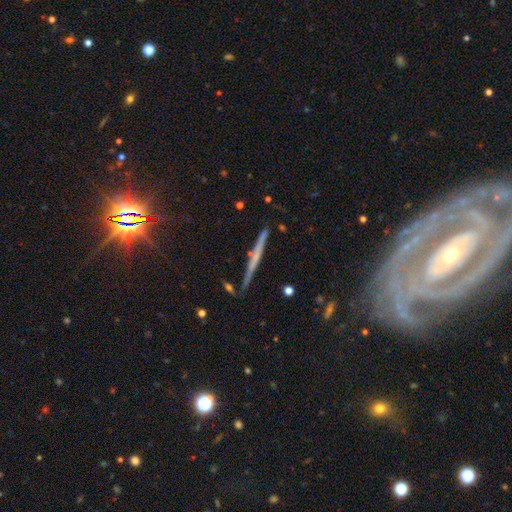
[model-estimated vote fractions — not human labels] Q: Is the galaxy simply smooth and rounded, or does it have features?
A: featured or disk — 58%.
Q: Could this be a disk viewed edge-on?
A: yes — 97%.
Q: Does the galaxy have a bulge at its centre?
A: none — 67%.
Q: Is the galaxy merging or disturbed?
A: none — 85%.